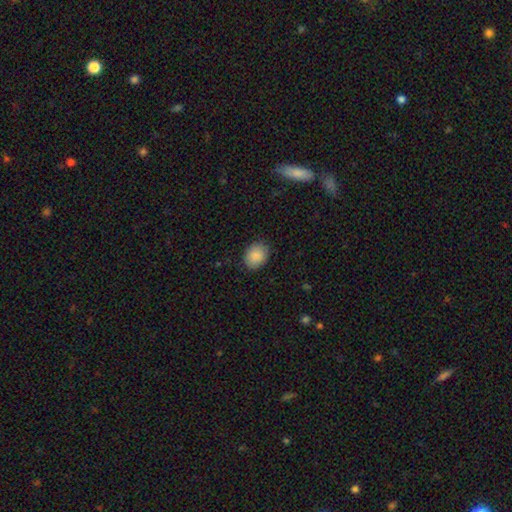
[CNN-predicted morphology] Overall: smooth (89%). How rounded: in between (55%; round 44%). Merging: none (86%).